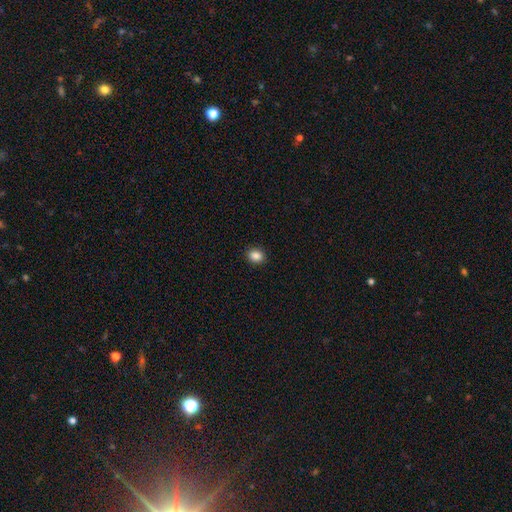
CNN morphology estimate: Q: Smooth or featured?
A: smooth (87%); runner-up: star or artifact (10%)
Q: How rounded?
A: round (52%); runner-up: in between (47%)
Q: Merging?
A: none (91%); runner-up: minor disturbance (6%)